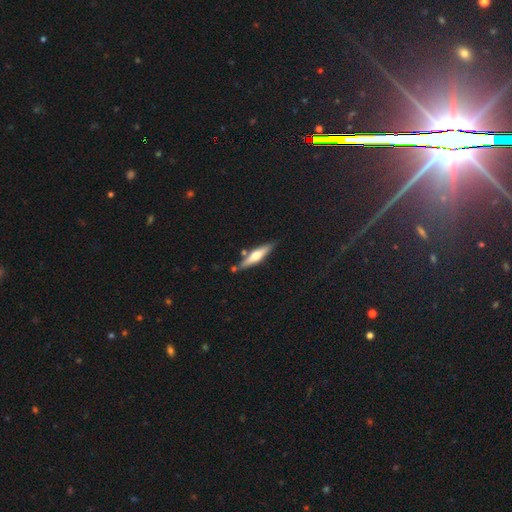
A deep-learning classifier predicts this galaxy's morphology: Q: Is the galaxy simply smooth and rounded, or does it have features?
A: featured or disk — 54%.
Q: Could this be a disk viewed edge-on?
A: yes — 93%.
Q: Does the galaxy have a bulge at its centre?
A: rounded — 88%.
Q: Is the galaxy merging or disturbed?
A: none — 76%.